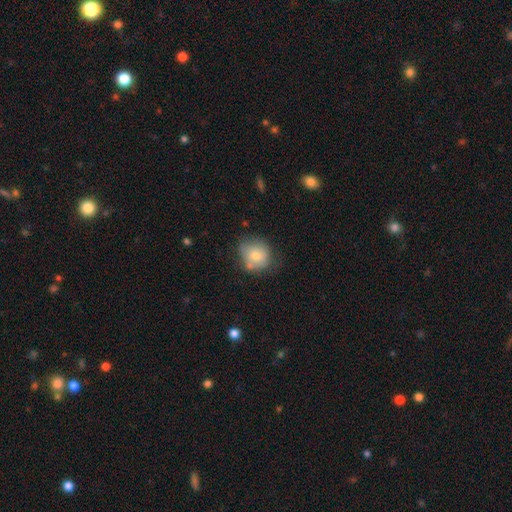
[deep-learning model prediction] This is likely a smooth galaxy (72%). How rounded: likely round (75%). Merging: possibly none (52%).